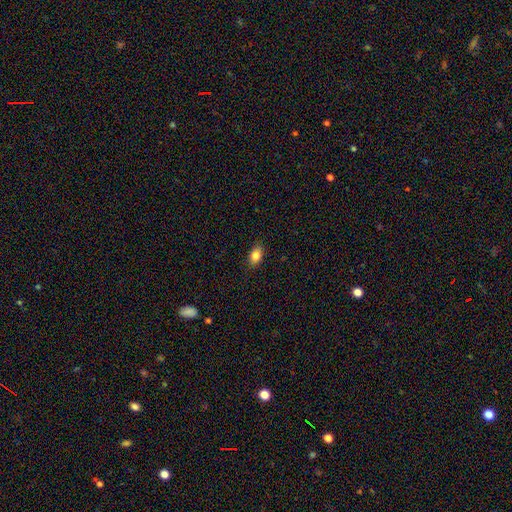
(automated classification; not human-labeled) A smooth galaxy with no disk features (83%) that is in between round and cigar-shaped (83%).

Vote fractions:
- Smooth or featured? smooth: 83% / star or artifact: 9% / featured or disk: 8%
- How rounded? in between: 83% / round: 14% / cigar-shaped: 3%
- Merging? none: 86% / minor disturbance: 11% / major disturbance: 2% / merger: 1%